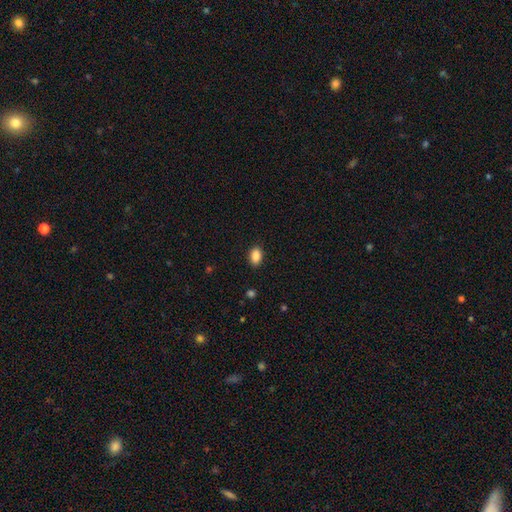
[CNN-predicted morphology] Smooth or featured? Predicted: smooth (p=0.88). How rounded? Predicted: in between (p=0.87). Merging? Predicted: none (p=0.87).